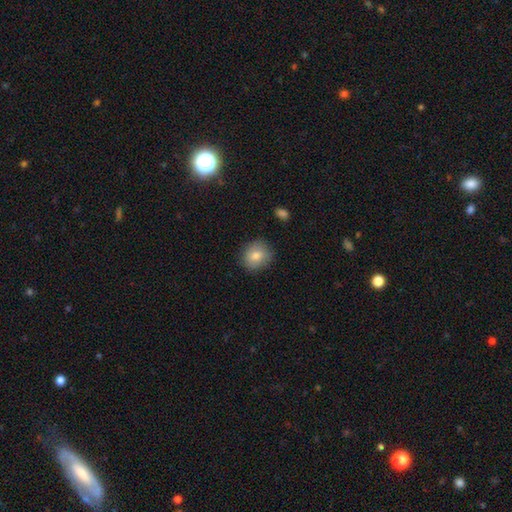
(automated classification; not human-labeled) smooth-or-featured: smooth: 80% | featured or disk: 11% | star or artifact: 9%
  how-rounded: round: 79% | in between: 20% | cigar-shaped: 1%
  merging: none: 85% | minor disturbance: 11% | major disturbance: 2% | merger: 1%